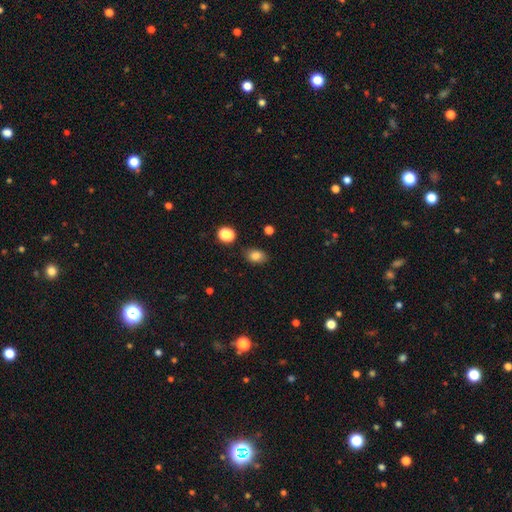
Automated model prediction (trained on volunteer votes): The model was most divided on "how rounded": in between: 71%, round: 28%, cigar-shaped: 1%. More confident: smooth or featured — smooth (83%); merging — none (82%).